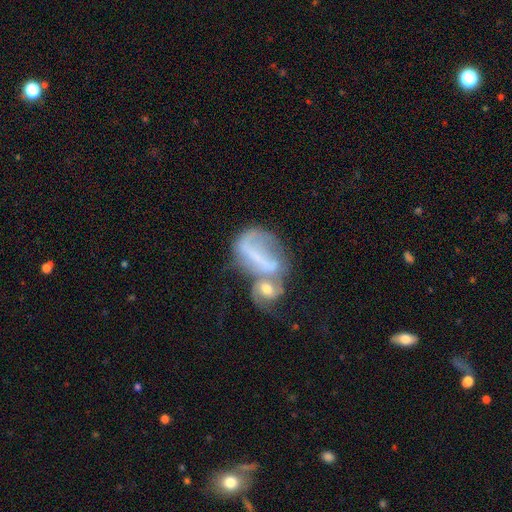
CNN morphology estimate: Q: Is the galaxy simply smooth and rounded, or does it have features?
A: featured or disk — 53%.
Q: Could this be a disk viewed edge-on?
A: no — 91%.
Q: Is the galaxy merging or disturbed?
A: merger — 44%.